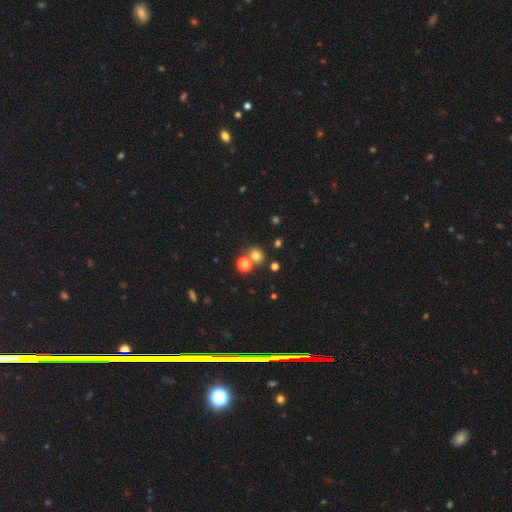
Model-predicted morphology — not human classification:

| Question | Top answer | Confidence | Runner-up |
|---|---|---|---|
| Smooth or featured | smooth | 70% | star or artifact (22%) |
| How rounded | round | 80% | in between (19%) |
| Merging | none | 68% | merger (21%) |